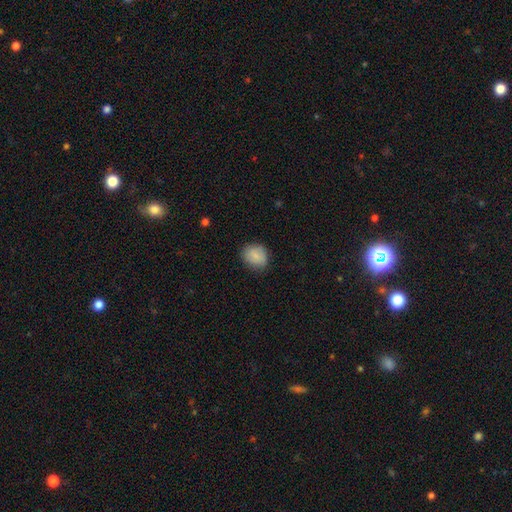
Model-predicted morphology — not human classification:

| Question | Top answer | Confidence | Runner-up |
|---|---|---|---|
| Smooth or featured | smooth | 85% | star or artifact (8%) |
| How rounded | round | 62% | in between (37%) |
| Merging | none | 80% | minor disturbance (16%) |